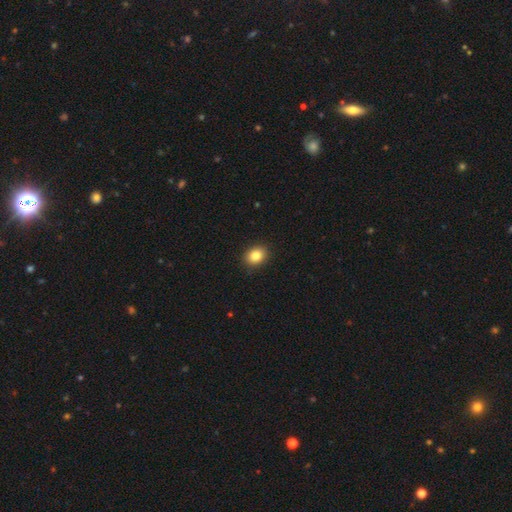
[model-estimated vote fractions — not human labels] smooth 84%, star or artifact 10%, featured or disk 6%. Down the decision tree: how rounded — in between (54%); merging — none (90%).